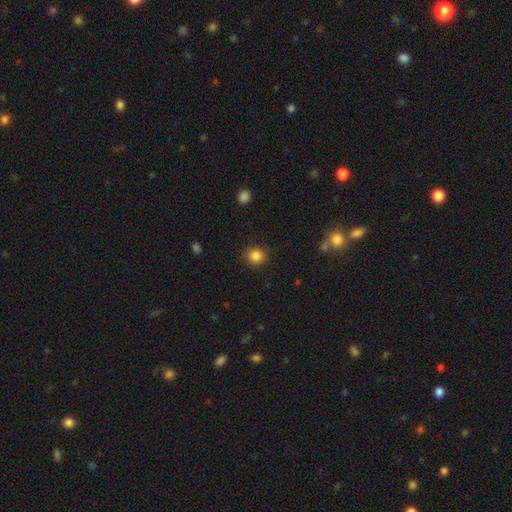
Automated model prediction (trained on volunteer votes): Q: Smooth or featured?
A: smooth (85%); runner-up: star or artifact (11%)
Q: How rounded?
A: round (90%); runner-up: in between (10%)
Q: Merging?
A: none (89%); runner-up: minor disturbance (7%)